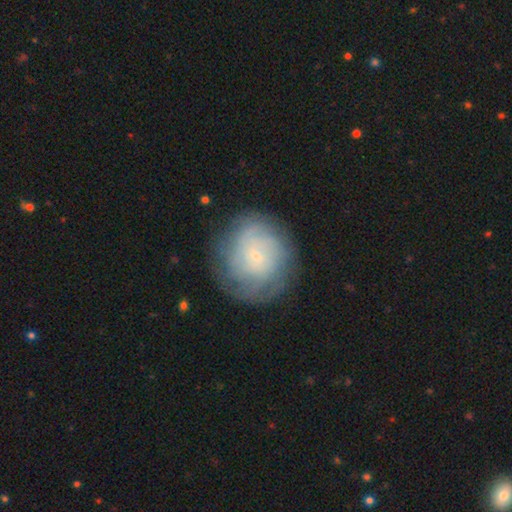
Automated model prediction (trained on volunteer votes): Q: Smooth or featured?
A: featured or disk (55%); runner-up: smooth (36%)
Q: Edge-on disk?
A: no (97%); runner-up: yes (3%)
Q: Bar?
A: no (79%); runner-up: weak (18%)
Q: Spiral arms?
A: yes (78%); runner-up: no (22%)
Q: Bulge size?
A: small (84%); runner-up: moderate (11%)
Q: Merging?
A: none (75%); runner-up: minor disturbance (15%)